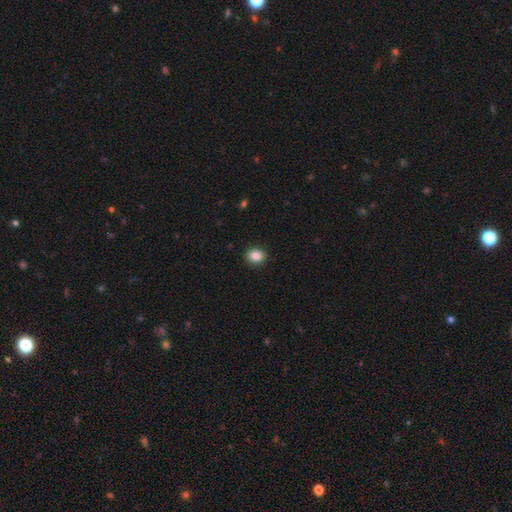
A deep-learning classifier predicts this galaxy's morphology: smooth_or_featured: smooth (p=0.86) [alt: star or artifact p=0.09]
how_rounded: round (p=0.63) [alt: in between p=0.36]
merging: none (p=0.91) [alt: minor disturbance p=0.06]